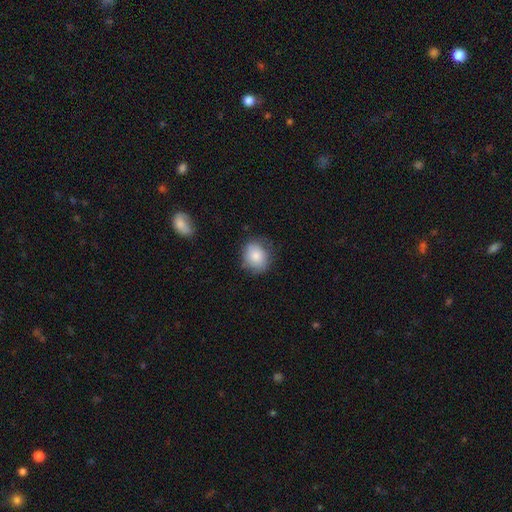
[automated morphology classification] The model was most divided on "how rounded": round: 67%, in between: 32%, cigar-shaped: 1%. More confident: smooth or featured — smooth (82%); merging — none (71%).